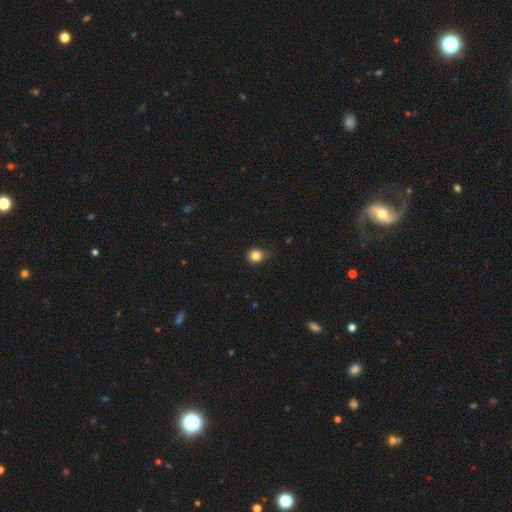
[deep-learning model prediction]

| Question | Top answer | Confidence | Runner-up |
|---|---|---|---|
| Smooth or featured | smooth | 84% | star or artifact (12%) |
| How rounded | round | 82% | in between (17%) |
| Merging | none | 76% | minor disturbance (20%) |